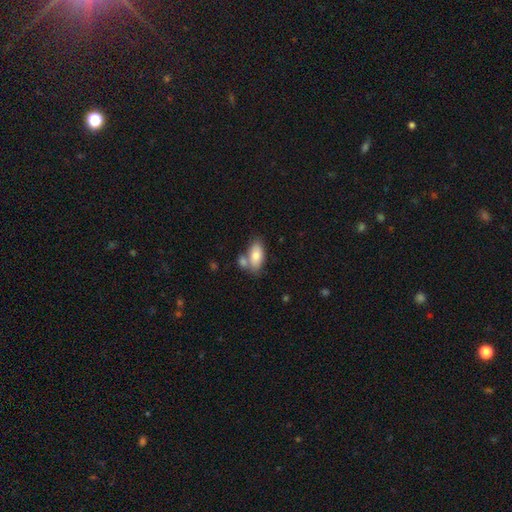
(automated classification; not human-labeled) smooth 79%, featured or disk 15%, star or artifact 6%. Down the decision tree: how rounded — in between (91%); merging — none (53%).